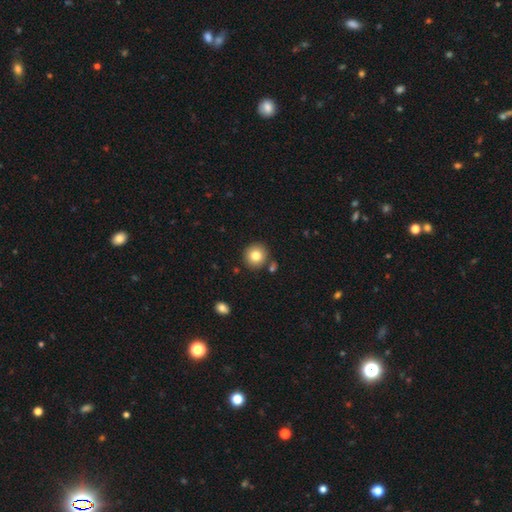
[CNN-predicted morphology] A smooth galaxy with no disk features (80%) that is round (92%). Merging: none (84%).